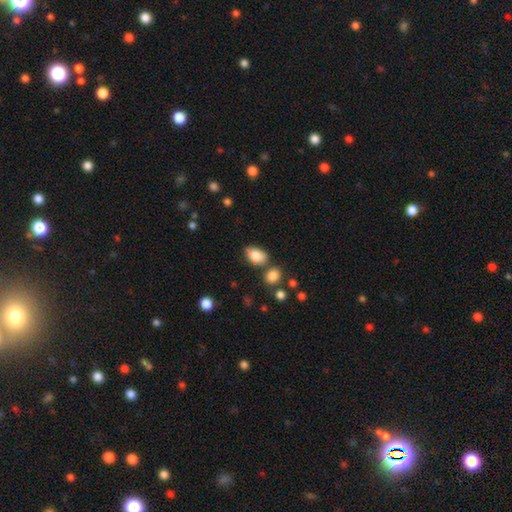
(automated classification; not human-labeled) smooth_or_featured: smooth (p=0.82) [alt: featured or disk p=0.10]
how_rounded: in between (p=0.86) [alt: round p=0.12]
merging: none (p=0.63) [alt: minor disturbance p=0.19]